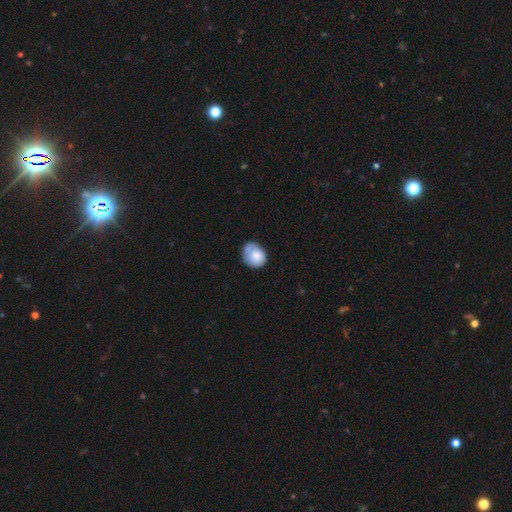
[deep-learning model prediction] The model was most divided on "merging": none: 50%, minor disturbance: 34%, major disturbance: 10%, merger: 6%. More confident: smooth or featured — smooth (78%); how rounded — round (58%).